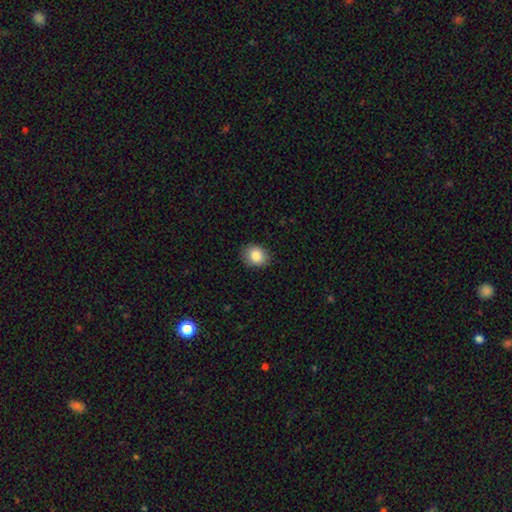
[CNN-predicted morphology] Overall: smooth (84%). How rounded: round (61%; in between 38%). Merging: none (87%).